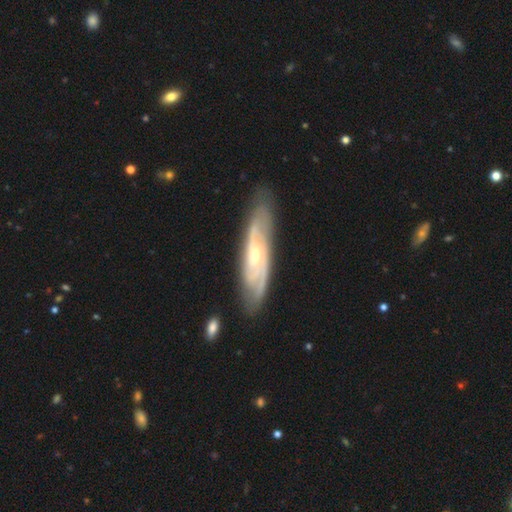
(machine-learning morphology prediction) Smooth or featured?
  - featured or disk: 82% *
  - smooth: 13%
  - star or artifact: 5%
Edge-on disk?
  - no: 78% *
  - yes: 22%
Bar?
  - no: 56% *
  - weak: 36%
  - strong: 9%
Spiral arms?
  - yes: 94% *
  - no: 6%
Spiral winding?
  - tight: 49% *
  - medium: 39%
  - loose: 11%
Spiral arm count?
  - 2: 37% *
  - can't tell: 33%
  - 3: 17%
  - 4: 6%
  - 1: 4%
  - more than 4: 3%
Bulge size?
  - small: 58% *
  - moderate: 38%
  - large: 2%
  - none: 2%
  - dominant: 1%
Merging?
  - none: 79% *
  - minor disturbance: 15%
  - major disturbance: 4%
  - merger: 2%